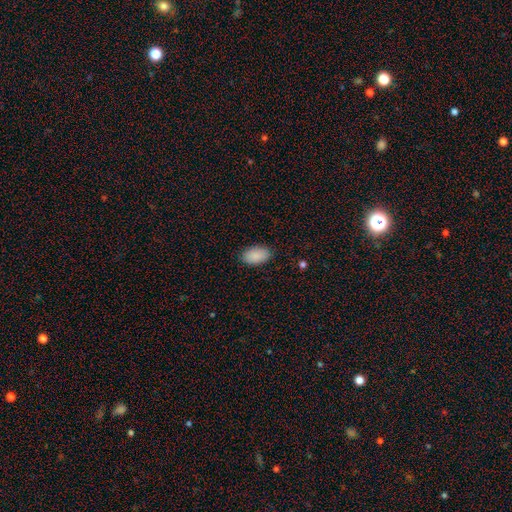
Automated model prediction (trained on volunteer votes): Overall: smooth (90%). How rounded: in between (94%). Merging: none (88%).